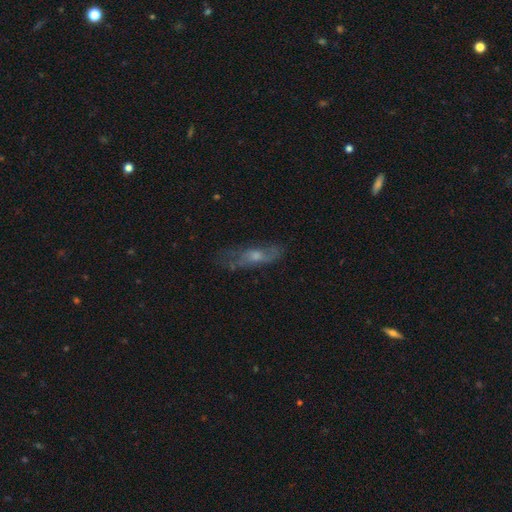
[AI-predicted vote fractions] Smooth or featured?
  - featured or disk: 56% *
  - smooth: 33%
  - star or artifact: 10%
Edge-on disk?
  - no: 67% *
  - yes: 33%
Merging?
  - none: 59% *
  - minor disturbance: 25%
  - major disturbance: 14%
  - merger: 2%